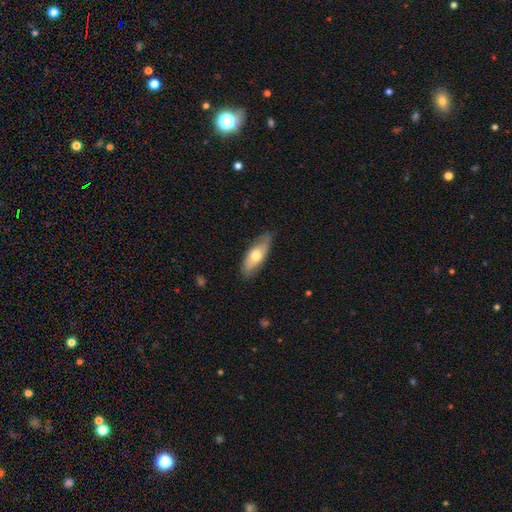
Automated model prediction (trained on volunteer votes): smooth 62%, featured or disk 33%, star or artifact 5%. Down the decision tree: how rounded — in between (68%); merging — none (80%).